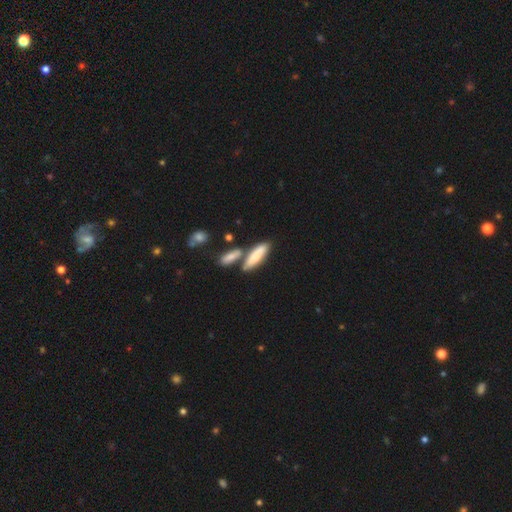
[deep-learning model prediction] smooth_or_featured: smooth (p=0.74) [alt: featured or disk p=0.21]
how_rounded: cigar-shaped (p=0.52) [alt: in between p=0.46]
merging: none (p=0.53) [alt: merger p=0.29]